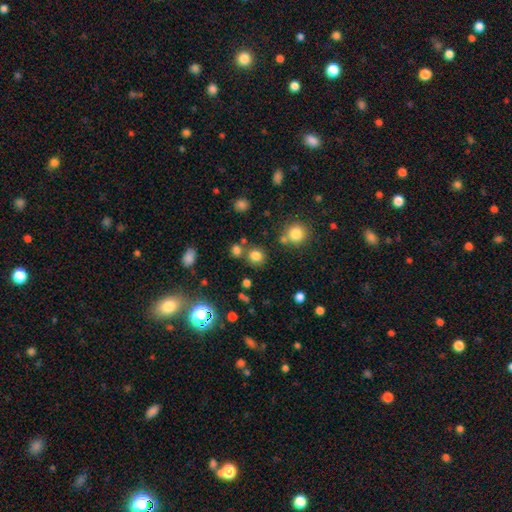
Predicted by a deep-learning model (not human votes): A smooth galaxy with no disk features (78%) that is round (90%).

Vote fractions:
- Smooth or featured? smooth: 78% / star or artifact: 16% / featured or disk: 6%
- How rounded? round: 90% / in between: 9% / cigar-shaped: 1%
- Merging? none: 76% / merger: 13% / minor disturbance: 8% / major disturbance: 3%